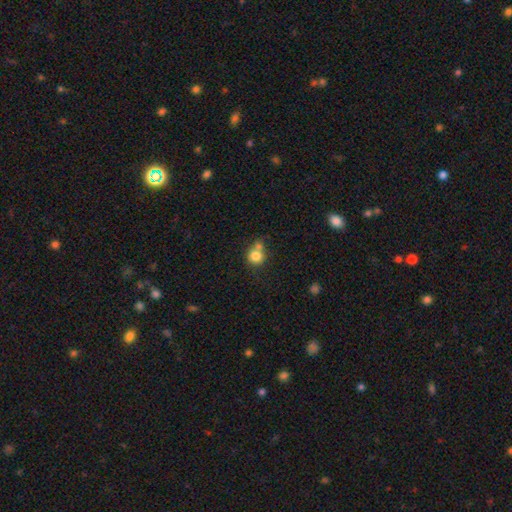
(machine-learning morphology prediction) A smooth galaxy with no disk features (80%) that is round (85%).

Vote fractions:
- Smooth or featured? smooth: 80% / star or artifact: 10% / featured or disk: 10%
- How rounded? round: 85% / in between: 14% / cigar-shaped: 1%
- Merging? none: 46% / merger: 39% / minor disturbance: 11% / major disturbance: 4%